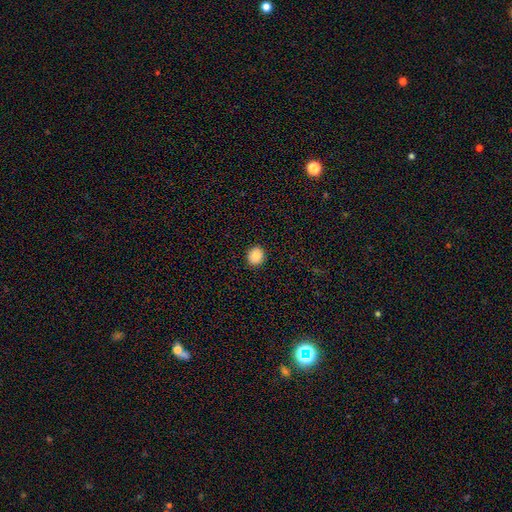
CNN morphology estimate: A smooth galaxy with no disk features (88%) that is round (81%).

Vote fractions:
- Smooth or featured? smooth: 88% / star or artifact: 9% / featured or disk: 4%
- How rounded? round: 81% / in between: 19% / cigar-shaped: 1%
- Merging? none: 92% / minor disturbance: 5% / major disturbance: 2% / merger: 1%